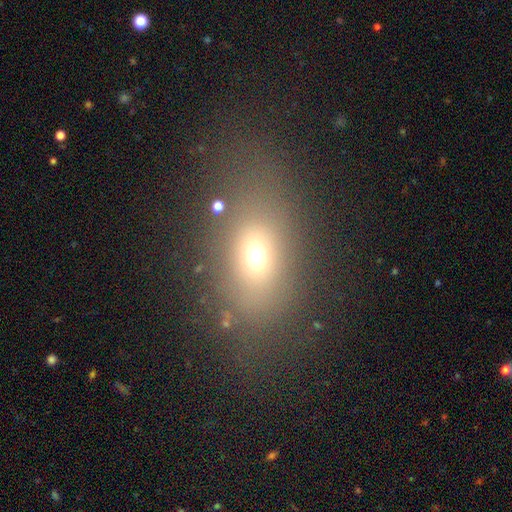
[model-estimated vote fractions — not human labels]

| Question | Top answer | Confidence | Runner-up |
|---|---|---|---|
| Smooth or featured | smooth | 65% | star or artifact (19%) |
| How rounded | in between | 72% | round (25%) |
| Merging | none | 71% | minor disturbance (14%) |